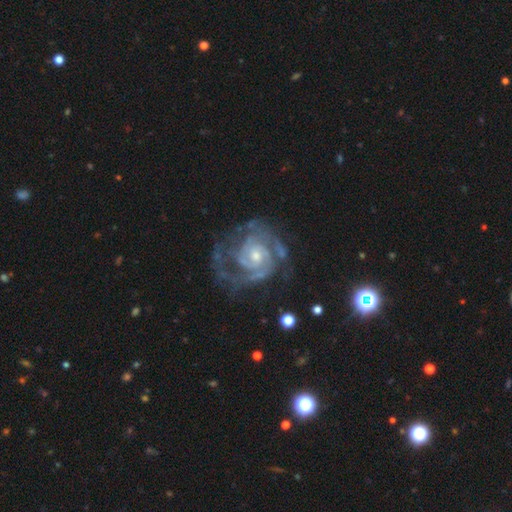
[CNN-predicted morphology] Overall: featured or disk (91%). Edge-on disk: no (98%). Bar: no (67%). Spiral arms: yes (97%). Spiral arm count: 2 (49%; 3 20%). Spiral winding: tight (64%; medium 31%). Bulge size: small (48%; moderate 46%). Merging: none (60%; minor disturbance 20%).